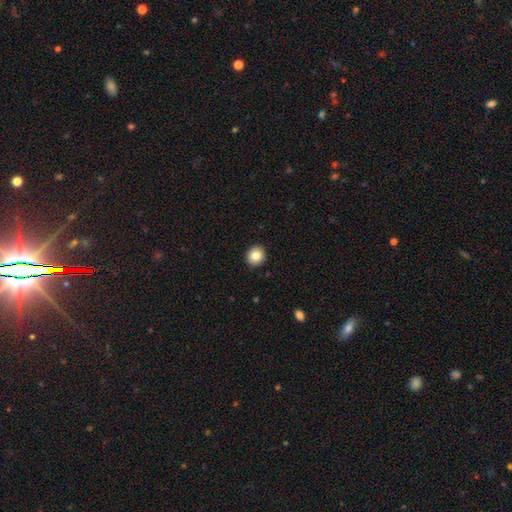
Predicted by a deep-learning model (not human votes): Morphology: type=smooth (84%); roundness=round (83%); merging=none (92%).